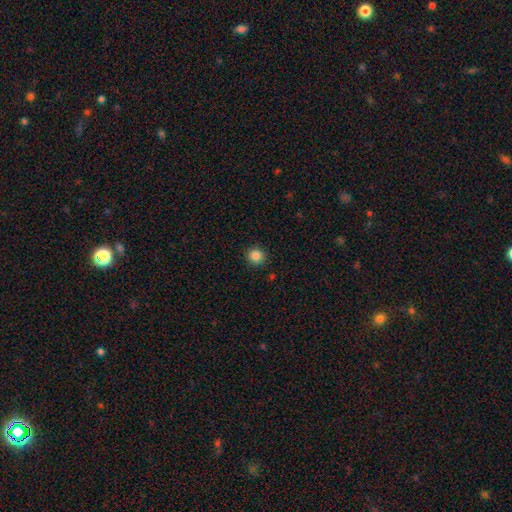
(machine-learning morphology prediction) Smooth or featured: smooth — 85% (star or artifact — 11%)
How rounded: round — 93% (in between — 6%)
Merging: none — 91% (minor disturbance — 6%)